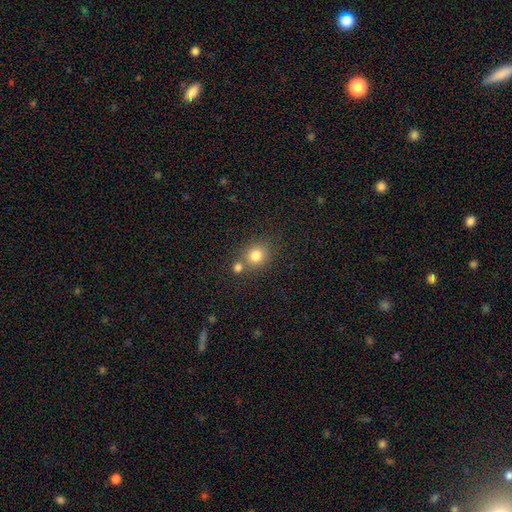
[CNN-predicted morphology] type=smooth (79%); roundness=round (78%); merging=none (61%).